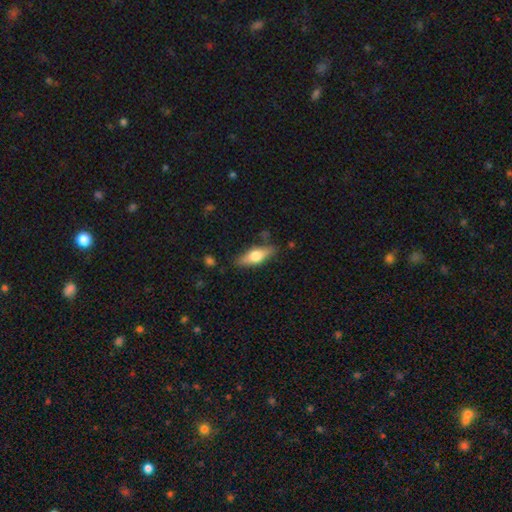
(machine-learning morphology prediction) Smooth or featured? Predicted: smooth (p=0.51). How rounded? Predicted: in between (p=0.58). Merging? Predicted: none (p=0.81).